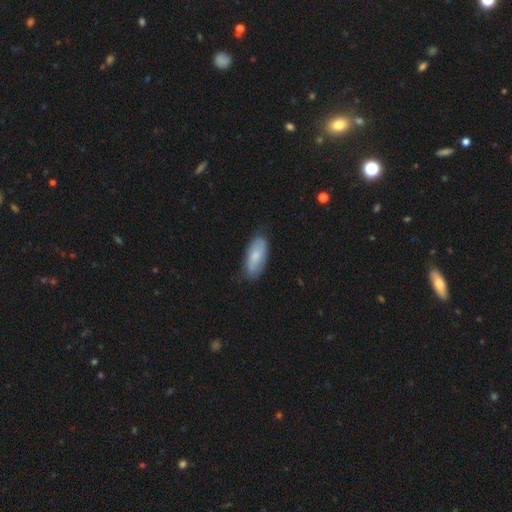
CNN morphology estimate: A smooth galaxy with no disk features (72%) that is in between round and cigar-shaped (87%).

Vote fractions:
- Smooth or featured? smooth: 72% / featured or disk: 23% / star or artifact: 6%
- How rounded? in between: 87% / cigar-shaped: 11% / round: 2%
- Merging? none: 76% / minor disturbance: 20% / major disturbance: 3% / merger: 1%